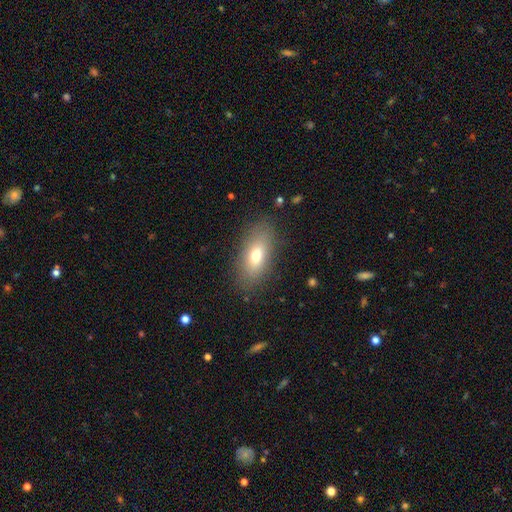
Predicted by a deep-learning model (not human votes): Smooth or featured?
  - smooth: 70% *
  - featured or disk: 20%
  - star or artifact: 10%
How rounded?
  - in between: 83% *
  - cigar-shaped: 10%
  - round: 7%
Merging?
  - none: 84% *
  - minor disturbance: 10%
  - major disturbance: 4%
  - merger: 1%